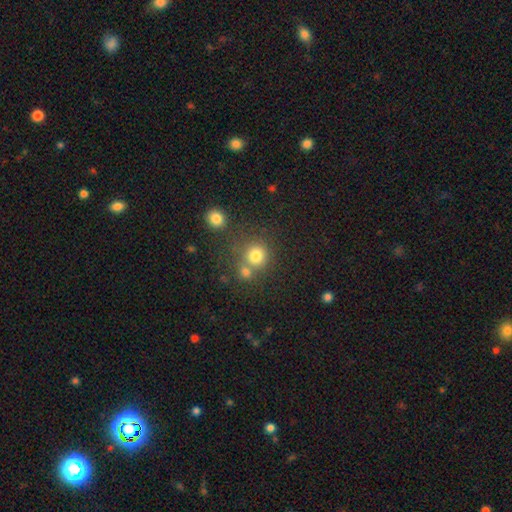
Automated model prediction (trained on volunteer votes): Overall: smooth (78%). How rounded: round (89%). Merging: none (61%; merger 26%).